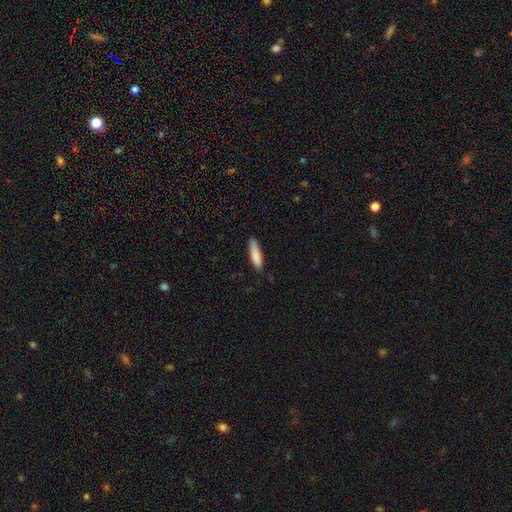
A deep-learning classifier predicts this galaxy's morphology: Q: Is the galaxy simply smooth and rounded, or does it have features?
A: smooth — 84%.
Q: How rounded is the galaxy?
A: cigar-shaped — 74%.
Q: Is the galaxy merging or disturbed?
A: none — 79%.